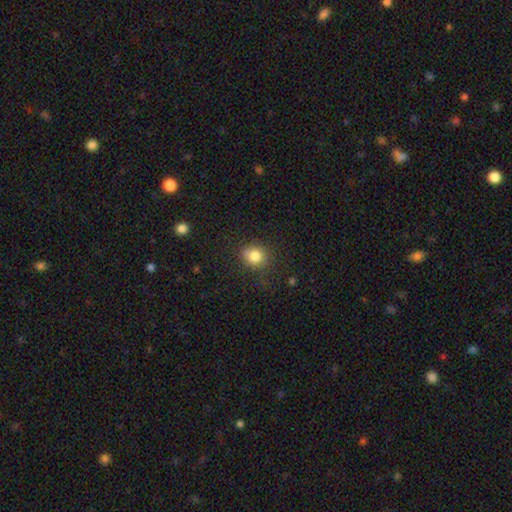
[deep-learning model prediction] This is clearly a smooth galaxy (82%). How rounded: likely round (75%). Merging: likely none (76%).